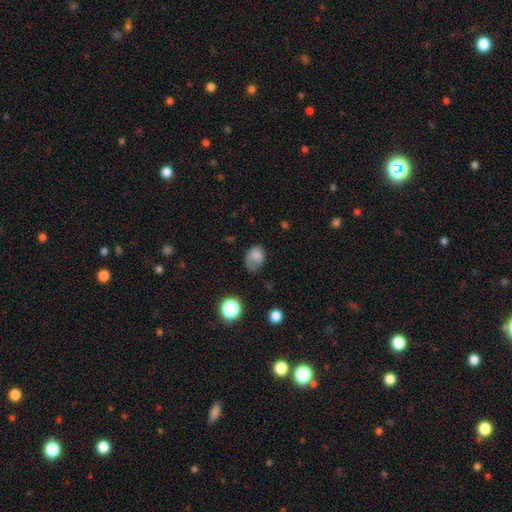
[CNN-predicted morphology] Smooth or featured? smooth (75%)
How rounded? in between (65%)
Merging? none (40%)